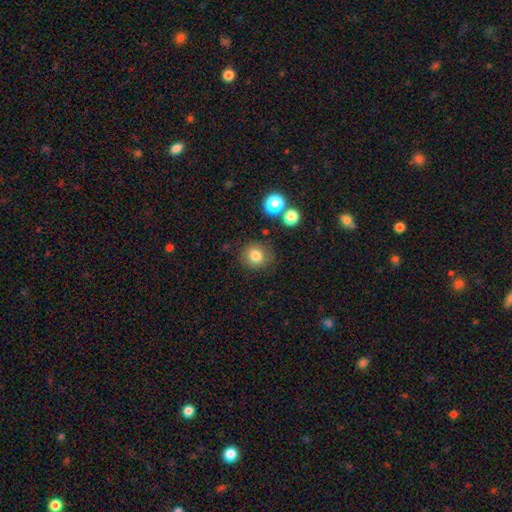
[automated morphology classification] Smooth or featured: smooth — 81% (star or artifact — 12%)
How rounded: round — 90% (in between — 9%)
Merging: none — 84% (minor disturbance — 10%)